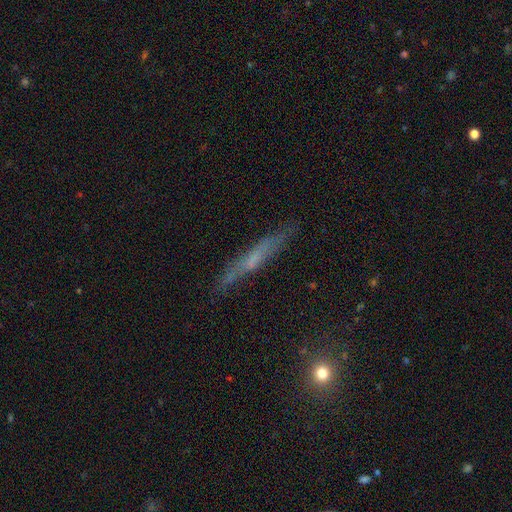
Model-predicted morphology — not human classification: A featured or disk galaxy (53%) viewed edge-on (89%). Merging: none (80%).